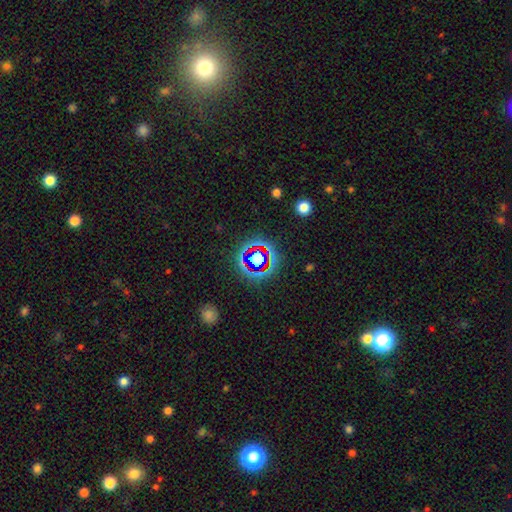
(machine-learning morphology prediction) smooth_or_featured: star or artifact (p=0.68) [alt: smooth p=0.19]